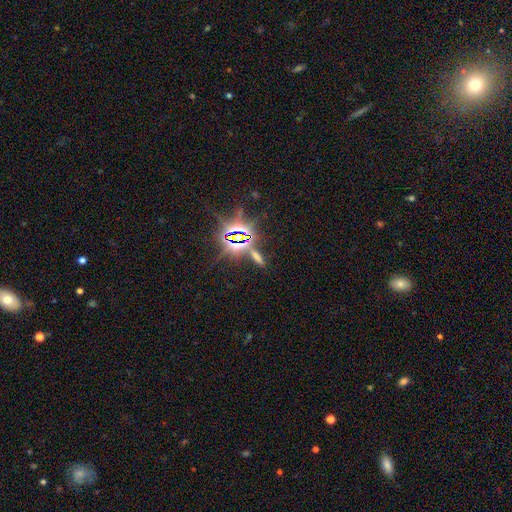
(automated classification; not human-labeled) A star or artifact, not a galaxy (71%).

Vote fractions:
- Smooth or featured? star or artifact: 71% / smooth: 18% / featured or disk: 11%